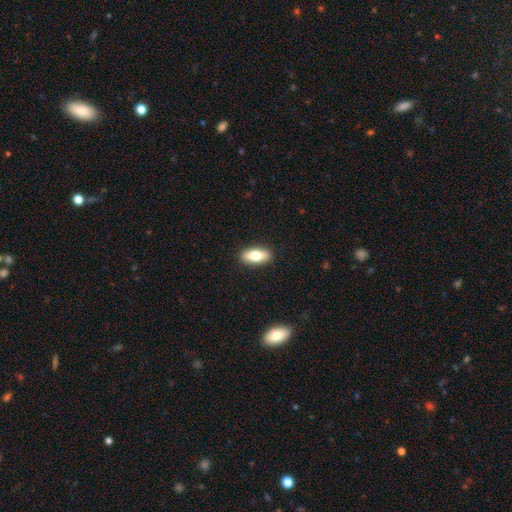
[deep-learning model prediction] Smooth or featured? Predicted: smooth (p=0.74). How rounded? Predicted: in between (p=0.80). Merging? Predicted: none (p=0.90).